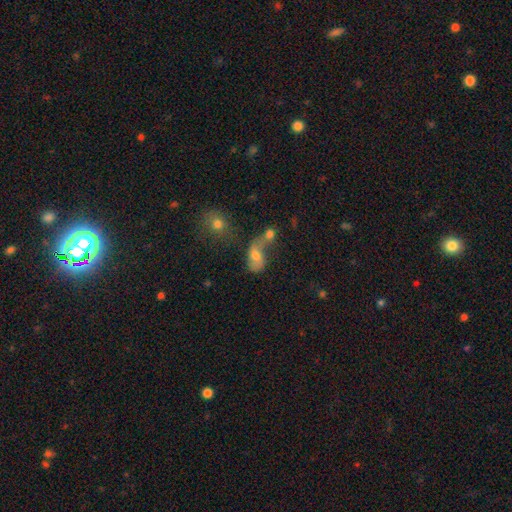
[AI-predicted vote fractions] A smooth galaxy with no disk features (54%) that is in between round and cigar-shaped (79%).

Vote fractions:
- Smooth or featured? smooth: 54% / featured or disk: 32% / star or artifact: 13%
- How rounded? in between: 79% / round: 16% / cigar-shaped: 5%
- Merging? merger: 51% / none: 21% / major disturbance: 16% / minor disturbance: 12%